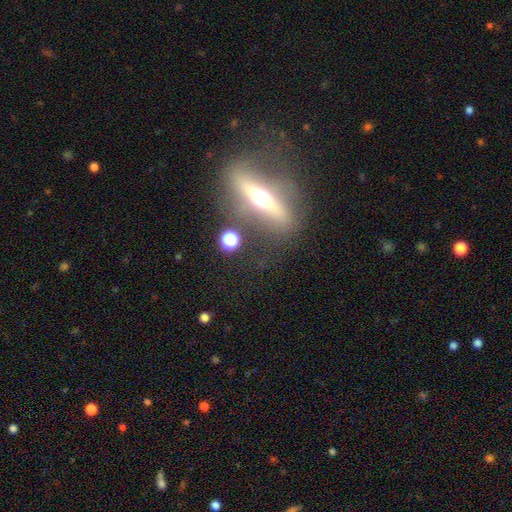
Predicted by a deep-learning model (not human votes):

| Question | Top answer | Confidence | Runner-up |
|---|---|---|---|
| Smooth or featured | featured or disk | 73% | smooth (18%) |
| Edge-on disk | yes | 72% | no (28%) |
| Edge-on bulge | rounded | 90% | none (6%) |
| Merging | none | 65% | minor disturbance (16%) |